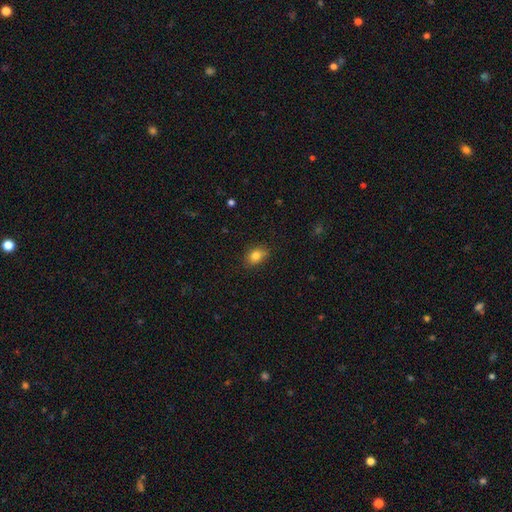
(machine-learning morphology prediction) Smooth or featured: smooth — 83% (star or artifact — 10%)
How rounded: in between — 65% (round — 33%)
Merging: none — 80% (minor disturbance — 16%)